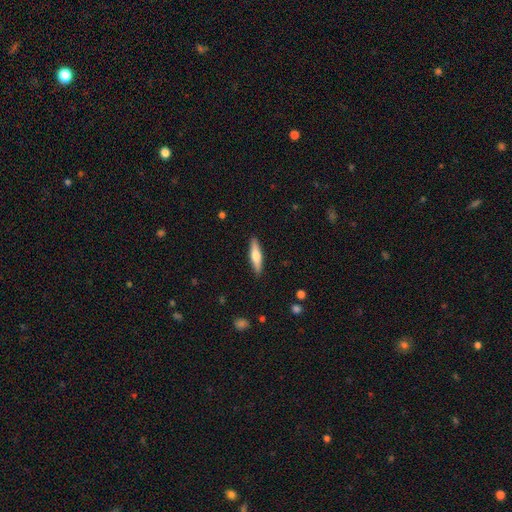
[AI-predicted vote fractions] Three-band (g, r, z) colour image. It shows a smooth galaxy with no disk features (53%) that is cigar-shaped (74%). Merging: none (89%).